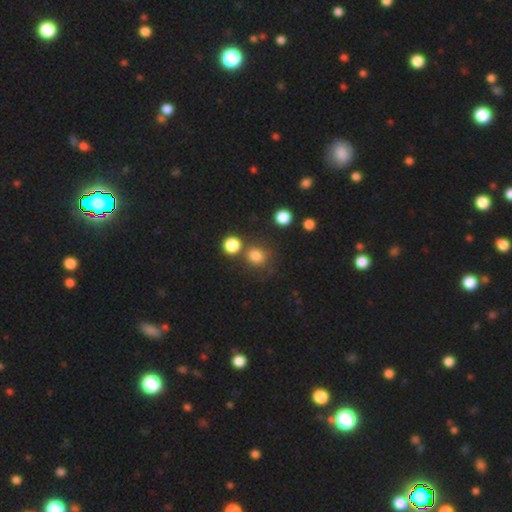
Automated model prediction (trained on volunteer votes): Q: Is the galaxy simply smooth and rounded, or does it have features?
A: smooth — 79%.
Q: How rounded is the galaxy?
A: round — 79%.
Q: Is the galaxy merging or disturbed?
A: none — 63%.